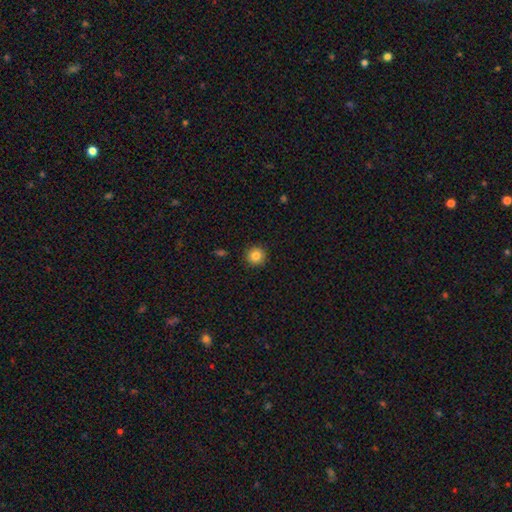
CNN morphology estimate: Smooth or featured?
  - smooth: 84% *
  - star or artifact: 10%
  - featured or disk: 6%
How rounded?
  - round: 94% *
  - in between: 5%
  - cigar-shaped: 1%
Merging?
  - none: 91% *
  - minor disturbance: 6%
  - major disturbance: 2%
  - merger: 1%